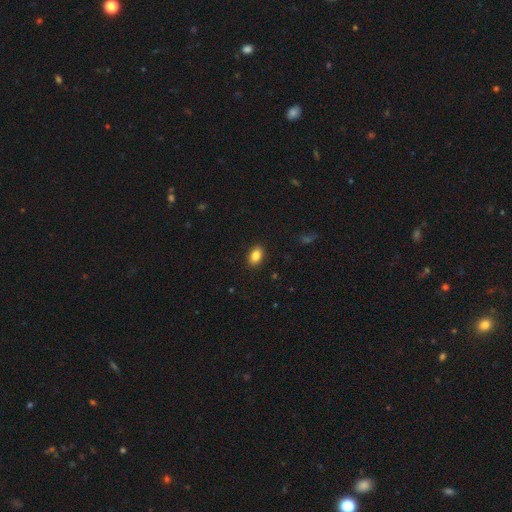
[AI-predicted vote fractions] This is clearly a smooth galaxy (85%). How rounded: clearly in between (86%). Merging: clearly none (90%).